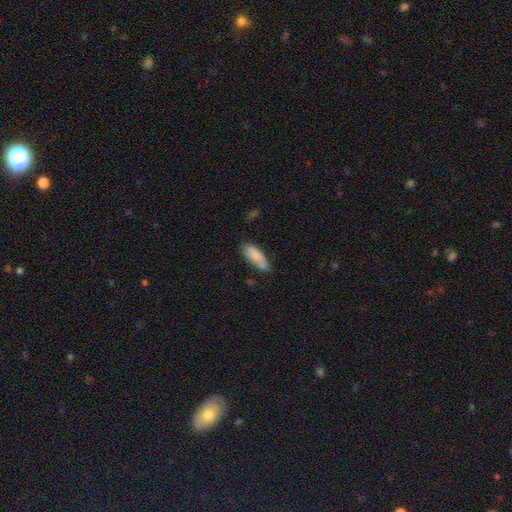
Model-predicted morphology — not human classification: A smooth galaxy with no disk features (82%) that is in between round and cigar-shaped (73%). Merging: none (70%).